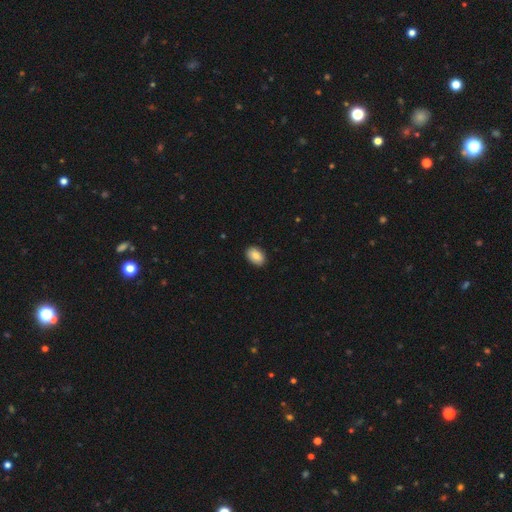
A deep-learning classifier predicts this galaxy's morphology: Q: Smooth or featured?
A: smooth (86%); runner-up: star or artifact (7%)
Q: How rounded?
A: in between (87%); runner-up: round (12%)
Q: Merging?
A: none (89%); runner-up: minor disturbance (8%)